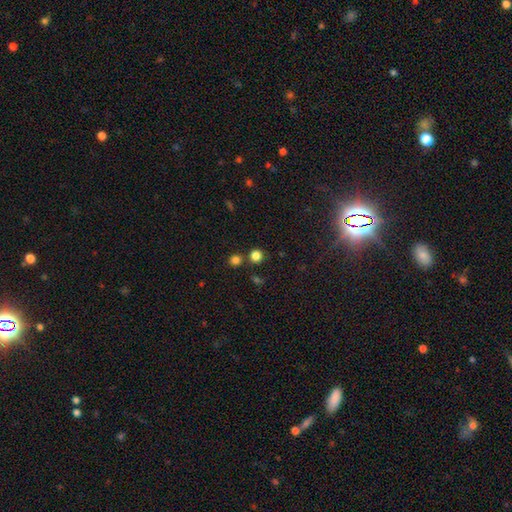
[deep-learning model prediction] A smooth galaxy with no disk features (81%) that is round (91%). Merging: none (78%).